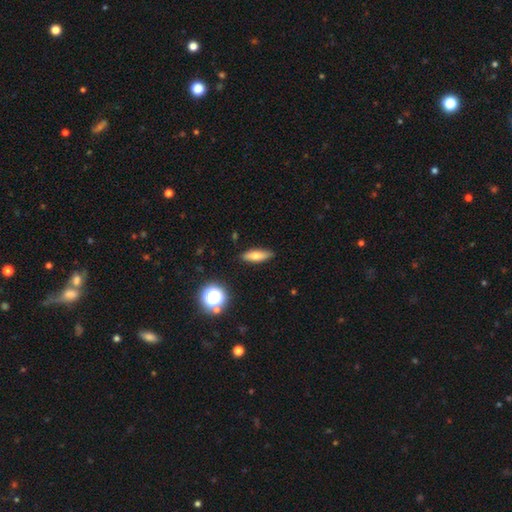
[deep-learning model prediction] Smooth or featured? Predicted: smooth (p=0.69). How rounded? Predicted: in between (p=0.48). Merging? Predicted: none (p=0.86).